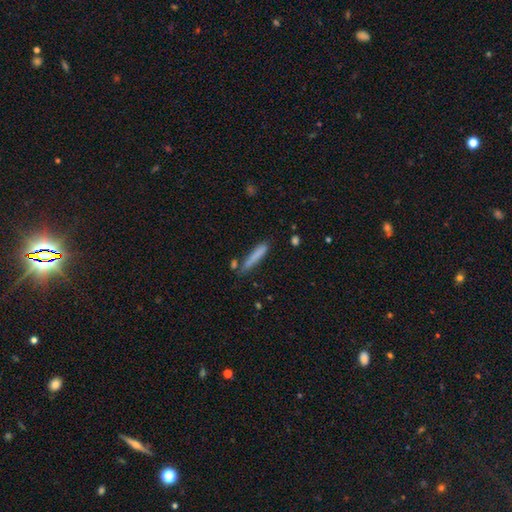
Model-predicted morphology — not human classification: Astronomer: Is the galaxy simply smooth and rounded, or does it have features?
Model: smooth — 77%.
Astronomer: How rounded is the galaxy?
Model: cigar-shaped — 93%.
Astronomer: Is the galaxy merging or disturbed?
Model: none — 76%.